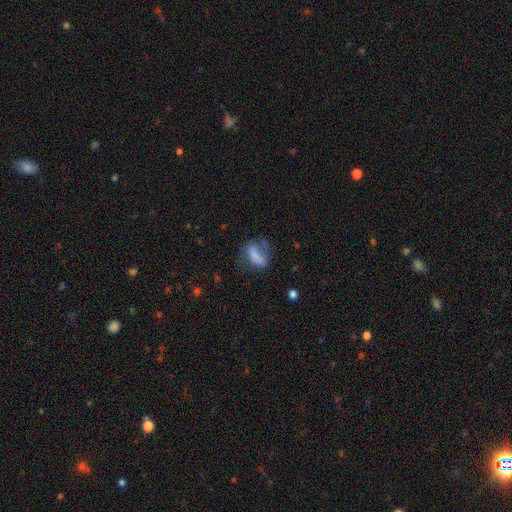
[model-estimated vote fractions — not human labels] Overall: smooth (59%; featured or disk 29%). How rounded: in between (77%). Merging: major disturbance (37%; none 32%).